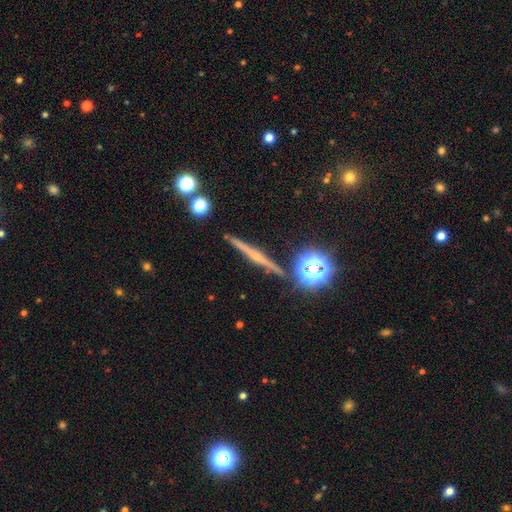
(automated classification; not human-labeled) Smooth or featured: featured or disk — 63% (smooth — 24%)
Edge-on disk: yes — 97% (no — 3%)
Edge-on bulge: rounded — 54% (none — 36%)
Merging: none — 90% (minor disturbance — 6%)